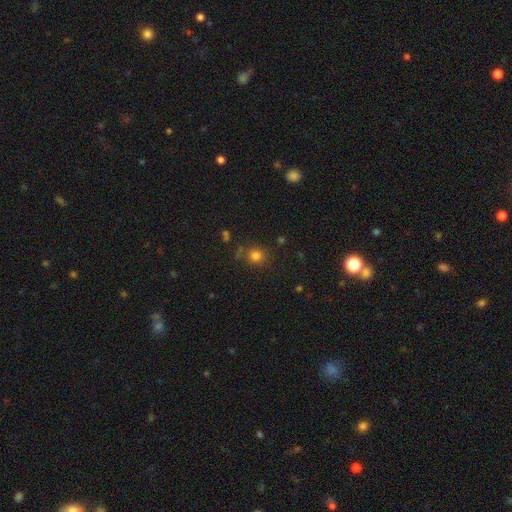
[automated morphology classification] This is likely a smooth galaxy (78%). How rounded: clearly round (83%). Merging: likely none (77%).